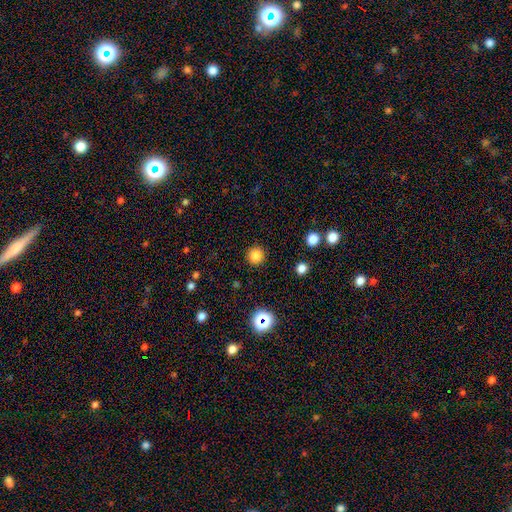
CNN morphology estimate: Smooth or featured? smooth (83%)
How rounded? round (95%)
Merging? none (92%)